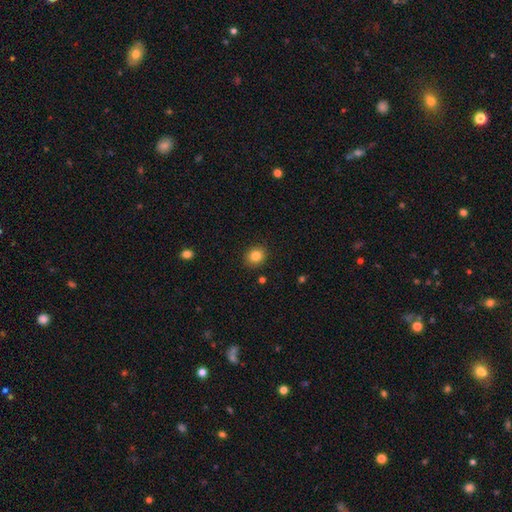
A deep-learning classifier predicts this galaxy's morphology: This appears to be a smooth galaxy with no disk features (83%) that is round (75%). Merging: none (90%).